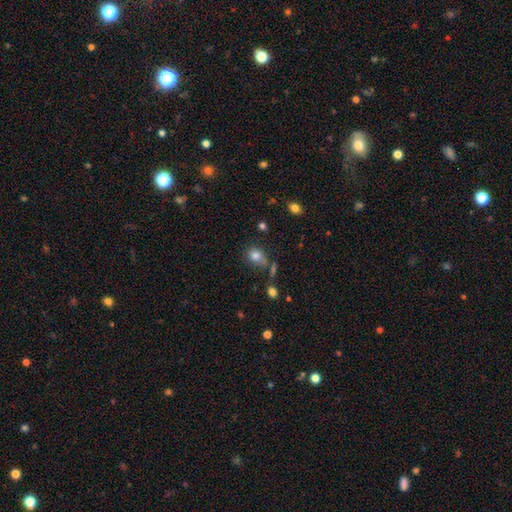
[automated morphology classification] Q: Smooth or featured?
A: smooth (81%); runner-up: star or artifact (12%)
Q: How rounded?
A: in between (54%); runner-up: round (44%)
Q: Merging?
A: none (64%); runner-up: minor disturbance (18%)